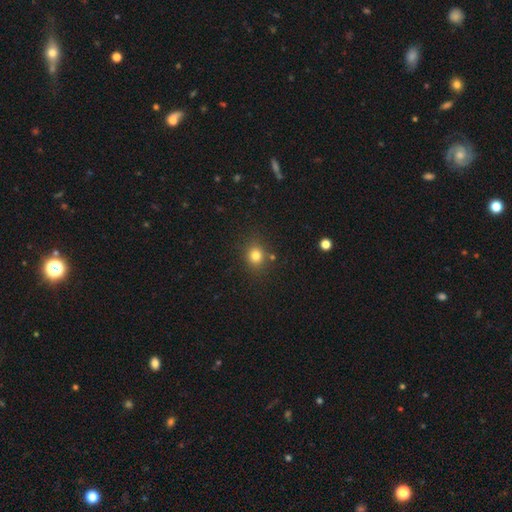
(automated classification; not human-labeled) The model was most divided on "how rounded": round: 74%, in between: 25%, cigar-shaped: 1%. More confident: smooth or featured — smooth (79%); merging — none (79%).